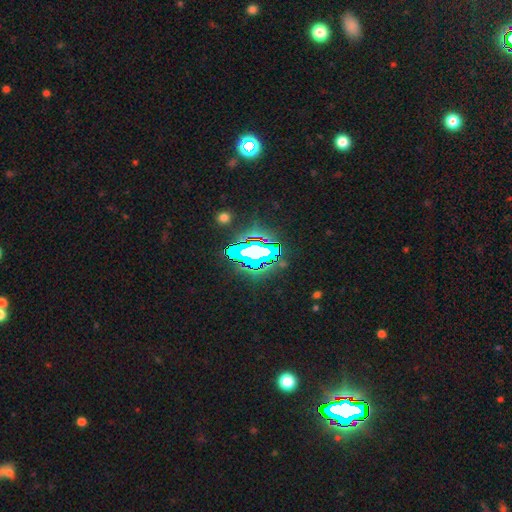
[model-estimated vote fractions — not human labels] Overall: star or artifact (66%).